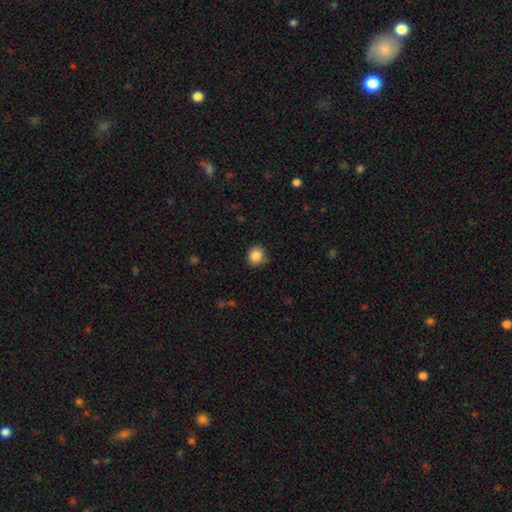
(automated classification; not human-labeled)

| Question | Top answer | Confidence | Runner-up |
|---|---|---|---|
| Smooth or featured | smooth | 86% | star or artifact (9%) |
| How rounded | round | 80% | in between (20%) |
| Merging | none | 80% | minor disturbance (15%) |